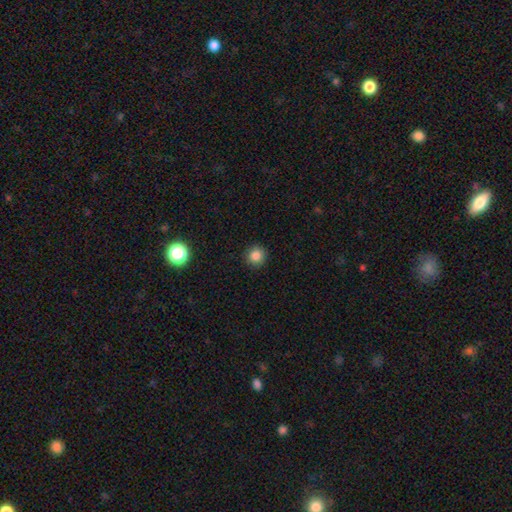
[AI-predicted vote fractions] Q: Smooth or featured?
A: smooth (85%); runner-up: star or artifact (12%)
Q: How rounded?
A: round (93%); runner-up: in between (6%)
Q: Merging?
A: none (91%); runner-up: minor disturbance (6%)